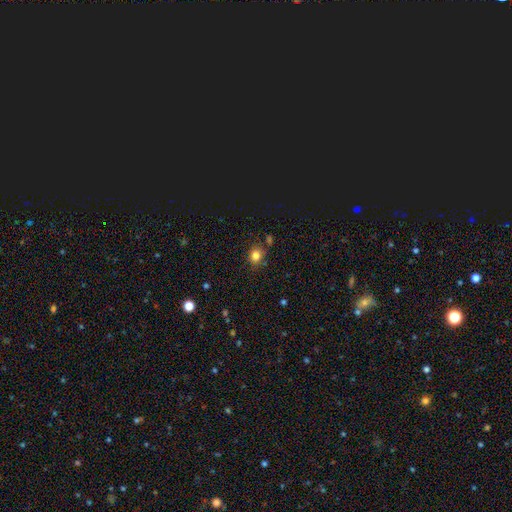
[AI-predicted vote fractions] Smooth or featured? Predicted: smooth (p=0.81). How rounded? Predicted: round (p=0.72). Merging? Predicted: none (p=0.78).